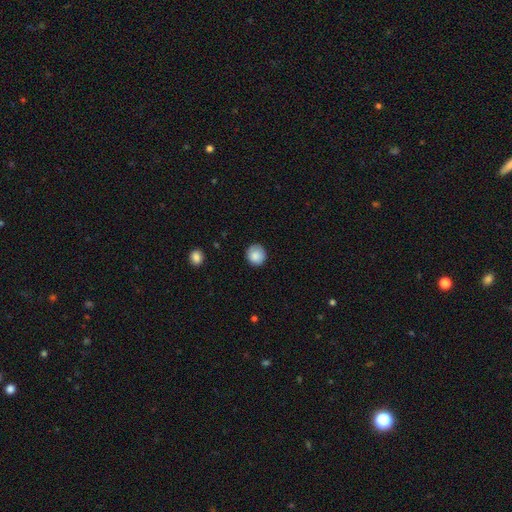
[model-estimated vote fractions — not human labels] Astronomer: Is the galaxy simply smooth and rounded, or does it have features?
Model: smooth — 86%.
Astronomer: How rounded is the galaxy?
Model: round — 92%.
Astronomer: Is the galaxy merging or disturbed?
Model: none — 85%.